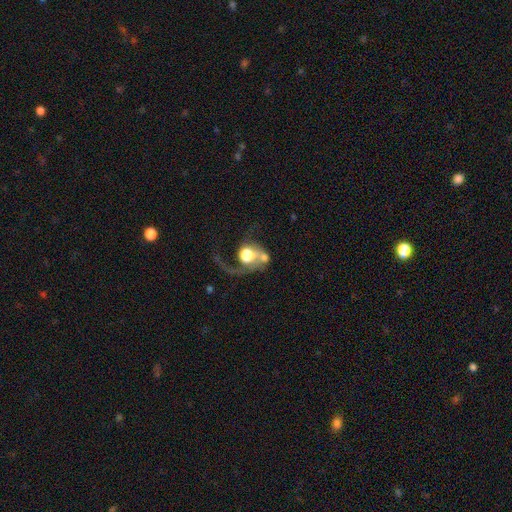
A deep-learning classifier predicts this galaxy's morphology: This is possibly a featured or disk galaxy (58%). It is clearly not viewed edge-on (97%). Bar: likely no (77%). Spiral arm pattern: likely yes (76%). Central bulge: marginally large (45%). Merging: marginally major disturbance (39%).